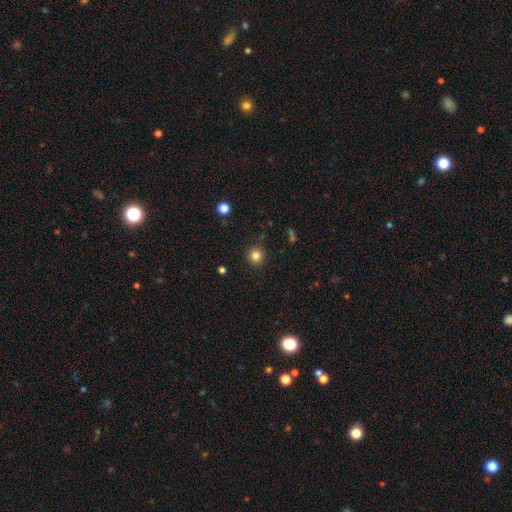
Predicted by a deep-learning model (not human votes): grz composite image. It shows a smooth galaxy with no disk features (83%) that is round (94%). Merging: none (90%).